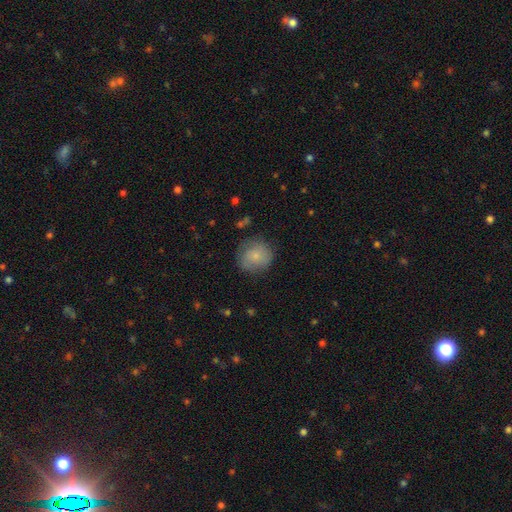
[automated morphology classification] Smooth or featured? smooth (75%)
How rounded? round (86%)
Merging? none (73%)